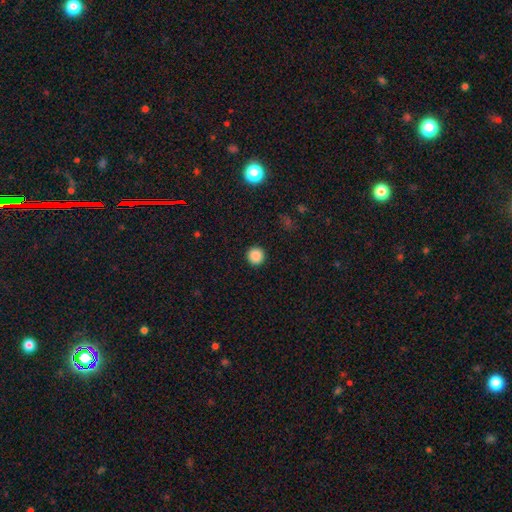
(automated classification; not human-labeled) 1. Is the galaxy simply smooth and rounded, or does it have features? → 87% smooth, 10% star or artifact, 3% featured or disk.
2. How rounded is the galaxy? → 96% round, 3% in between, 1% cigar-shaped.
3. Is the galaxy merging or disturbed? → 93% none, 4% minor disturbance, 2% major disturbance, 1% merger.